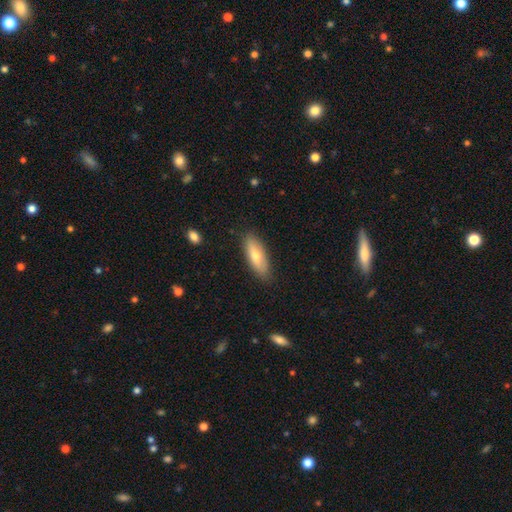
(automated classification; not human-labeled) smooth-or-featured: smooth: 68% | featured or disk: 26% | star or artifact: 6%
  how-rounded: in between: 60% | cigar-shaped: 37% | round: 2%
  merging: none: 86% | minor disturbance: 11% | major disturbance: 2% | merger: 1%